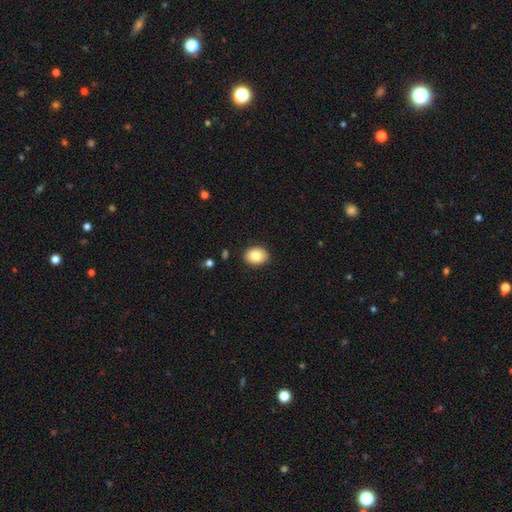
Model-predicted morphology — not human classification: Smooth or featured?
  - smooth: 83% *
  - featured or disk: 8%
  - star or artifact: 8%
How rounded?
  - in between: 61% *
  - round: 38%
  - cigar-shaped: 1%
Merging?
  - none: 88% *
  - minor disturbance: 9%
  - major disturbance: 2%
  - merger: 1%